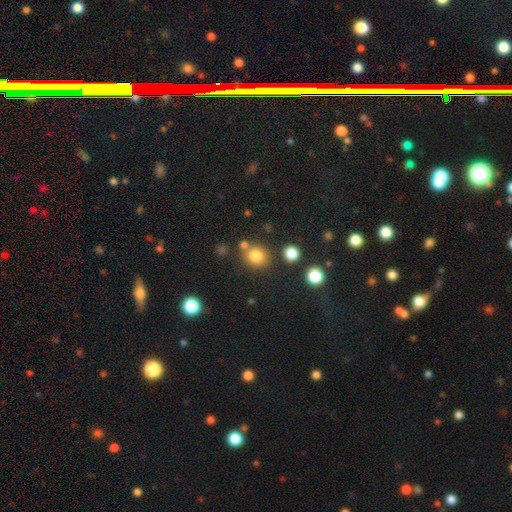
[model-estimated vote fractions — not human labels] Smooth or featured? smooth (81%)
How rounded? round (84%)
Merging? none (76%)